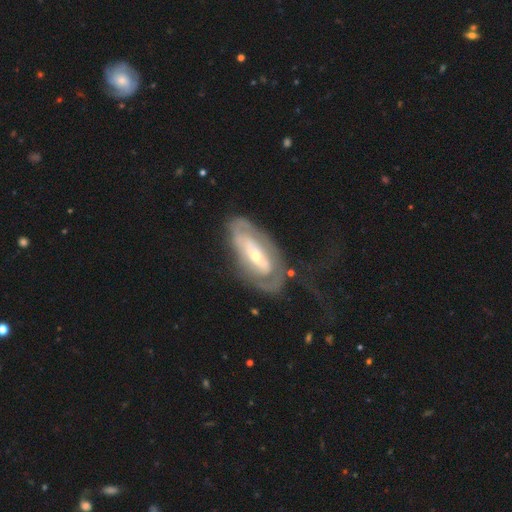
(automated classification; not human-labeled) Smooth or featured: featured or disk — 76% (smooth — 19%)
Edge-on disk: no — 89% (yes — 11%)
Bar: no — 46% (weak — 28%)
Spiral arms: yes — 66% (no — 34%)
Bulge size: small — 56% (moderate — 38%)
Merging: none — 52% (major disturbance — 24%)